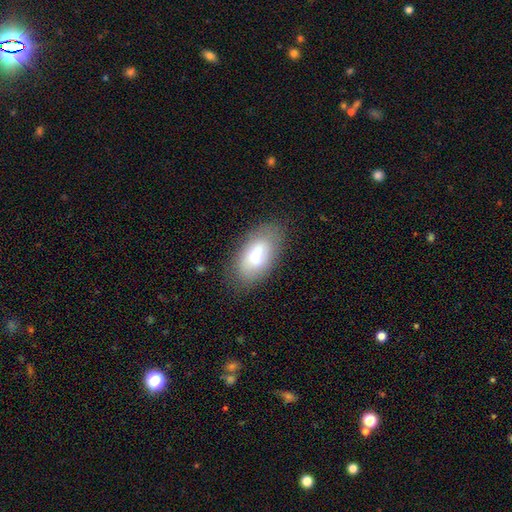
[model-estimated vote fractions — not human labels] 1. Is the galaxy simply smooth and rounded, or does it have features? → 64% smooth, 28% featured or disk, 8% star or artifact.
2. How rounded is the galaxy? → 91% in between, 5% cigar-shaped, 4% round.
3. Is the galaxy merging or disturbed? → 79% none, 15% minor disturbance, 5% major disturbance, 1% merger.